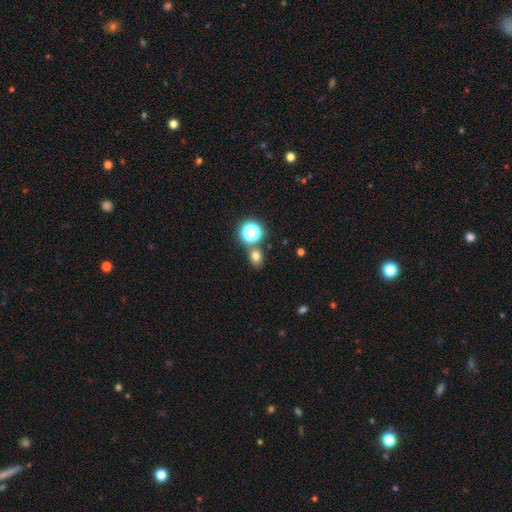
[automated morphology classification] Smooth or featured? smooth (71%)
How rounded? round (56%)
Merging? none (75%)